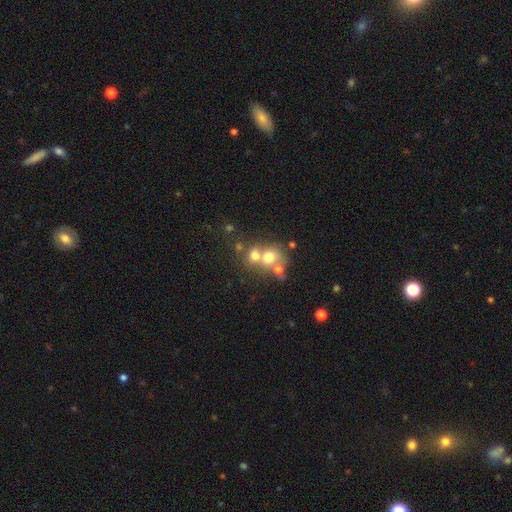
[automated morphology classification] smooth_or_featured: smooth (p=0.49) [alt: featured or disk p=0.27]
merging: merger (p=0.56) [alt: none p=0.32]